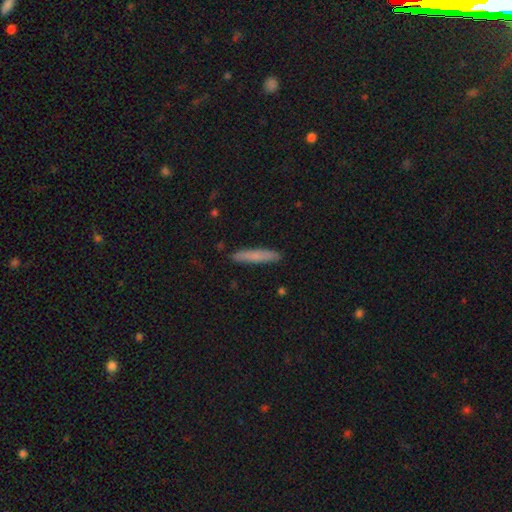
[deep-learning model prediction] smooth-or-featured: smooth: 74% | featured or disk: 19% | star or artifact: 6%
  how-rounded: cigar-shaped: 93% | in between: 6% | round: 1%
  merging: none: 89% | minor disturbance: 8% | major disturbance: 1% | merger: 1%